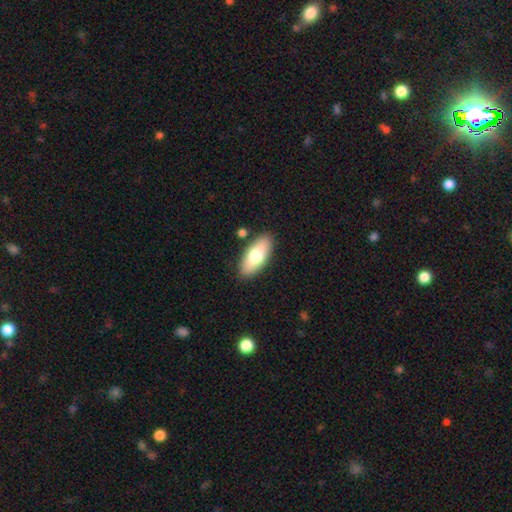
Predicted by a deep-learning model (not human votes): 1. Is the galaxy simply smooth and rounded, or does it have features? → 71% smooth, 23% featured or disk, 6% star or artifact.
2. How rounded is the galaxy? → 85% in between, 12% cigar-shaped, 3% round.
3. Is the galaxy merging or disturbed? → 85% none, 9% minor disturbance, 3% merger, 2% major disturbance.